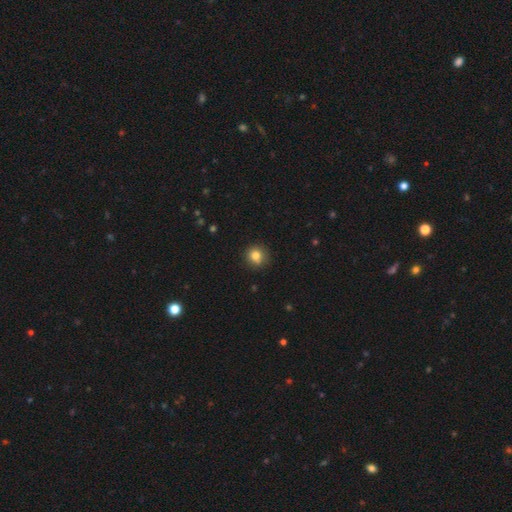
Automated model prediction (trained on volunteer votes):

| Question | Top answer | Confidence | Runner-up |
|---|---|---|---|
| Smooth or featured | smooth | 81% | star or artifact (11%) |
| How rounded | round | 88% | in between (11%) |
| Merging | none | 82% | minor disturbance (13%) |